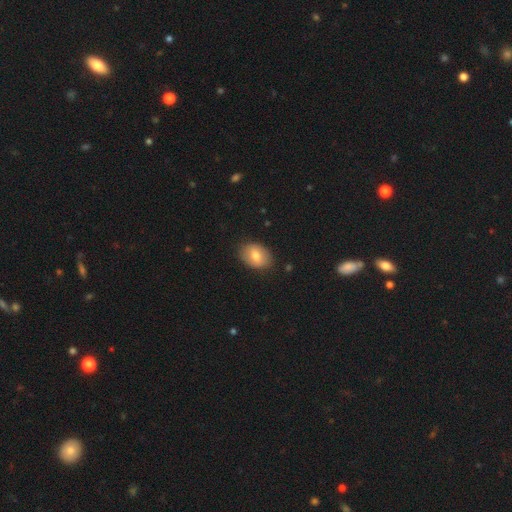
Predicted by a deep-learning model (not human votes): Smooth or featured? smooth (74%)
How rounded? in between (78%)
Merging? none (85%)